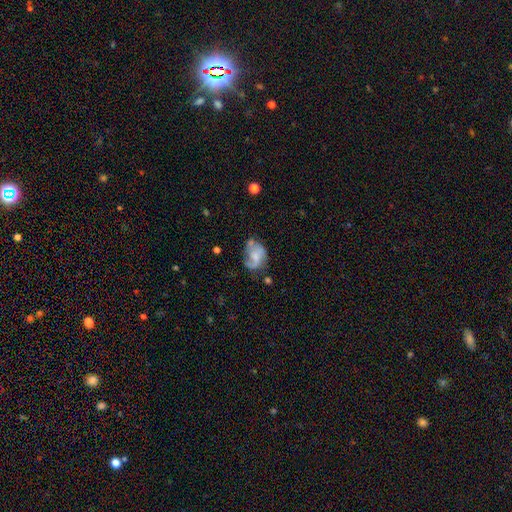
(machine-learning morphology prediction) smooth_or_featured: featured or disk (p=0.64) [alt: smooth p=0.28]
disk_edge_on: no (p=0.98) [alt: yes p=0.02]
bar: no (p=0.62) [alt: weak p=0.32]
has_spiral_arms: yes (p=0.81) [alt: no p=0.19]
spiral_winding: medium (p=0.43) [alt: loose p=0.39]
spiral_arm_count: 2 (p=0.58) [alt: 1 p=0.15]
bulge_size: moderate (p=0.34) [alt: small p=0.33]
merging: none (p=0.44) [alt: minor disturbance p=0.26]